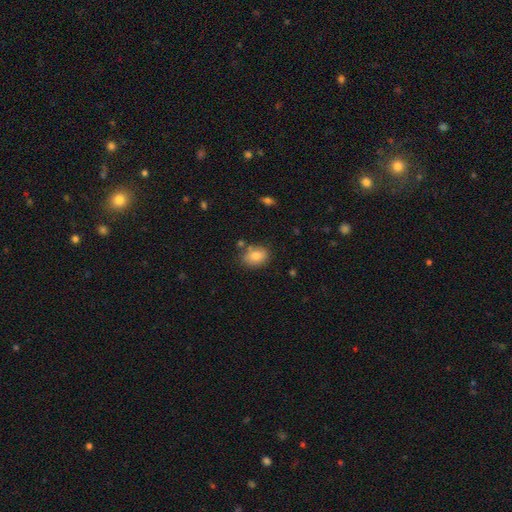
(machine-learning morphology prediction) Overall: smooth (82%). How rounded: in between (63%; round 36%). Merging: none (75%).